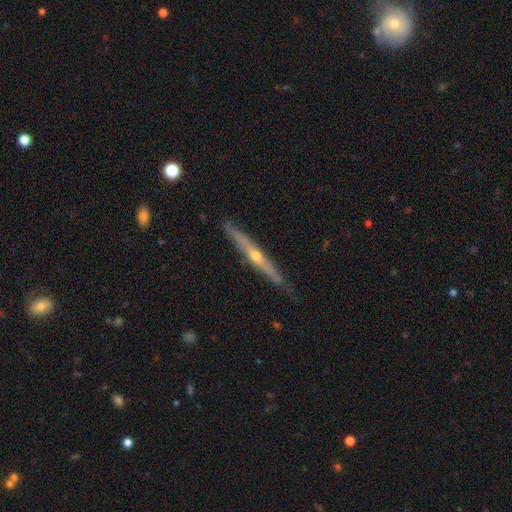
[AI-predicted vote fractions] A featured or disk galaxy (77%) viewed edge-on (97%) with a rounded central bulge (85%). Merging: none (87%).